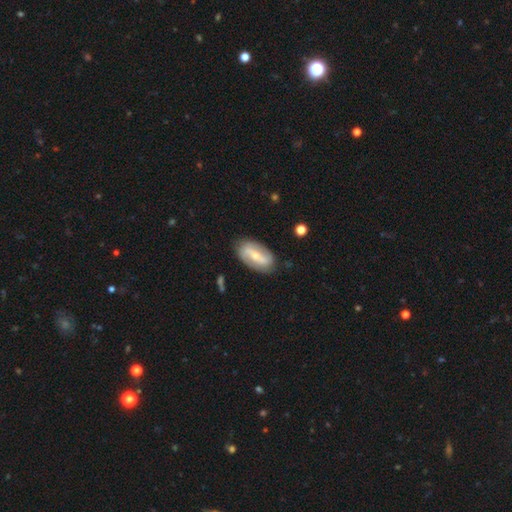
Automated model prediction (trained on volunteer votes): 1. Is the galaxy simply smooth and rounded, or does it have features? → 71% featured or disk, 24% smooth, 5% star or artifact.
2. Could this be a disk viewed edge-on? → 93% no, 7% yes.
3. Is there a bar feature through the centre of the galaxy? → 46% strong, 31% weak, 22% no.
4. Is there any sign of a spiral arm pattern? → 82% yes, 18% no.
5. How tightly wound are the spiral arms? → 49% loose, 32% medium, 19% tight.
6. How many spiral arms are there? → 88% 2, 7% can't tell, 2% 1, 1% 3, 1% 4, 1% more than 4.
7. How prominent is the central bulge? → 55% small, 42% moderate, 2% large, 1% none, 1% dominant.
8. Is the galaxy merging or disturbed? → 84% none, 12% minor disturbance, 3% major disturbance, 1% merger.